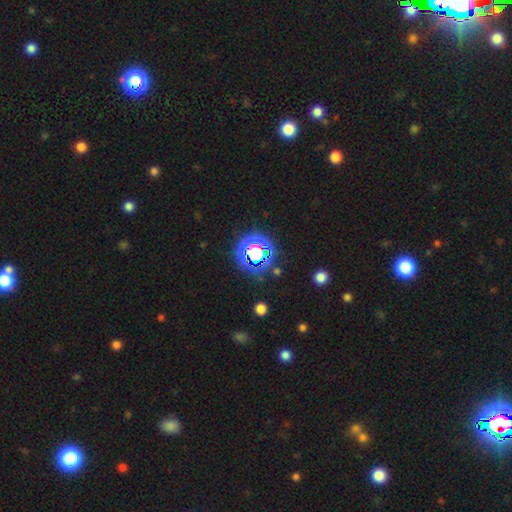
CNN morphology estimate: type=star or artifact (75%).